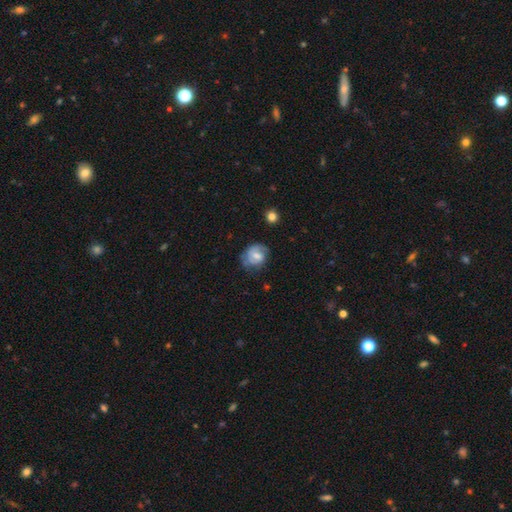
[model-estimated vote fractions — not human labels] The model was most divided on "smooth or featured": smooth: 49%, featured or disk: 43%, star or artifact: 8%. More confident: merging — none (55%).